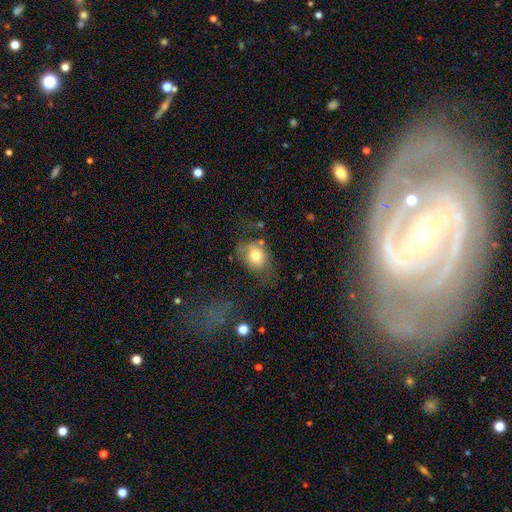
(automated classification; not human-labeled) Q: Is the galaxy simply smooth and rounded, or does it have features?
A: smooth — 73%.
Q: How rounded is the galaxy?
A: in between — 57%.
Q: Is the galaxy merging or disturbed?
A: none — 46%.